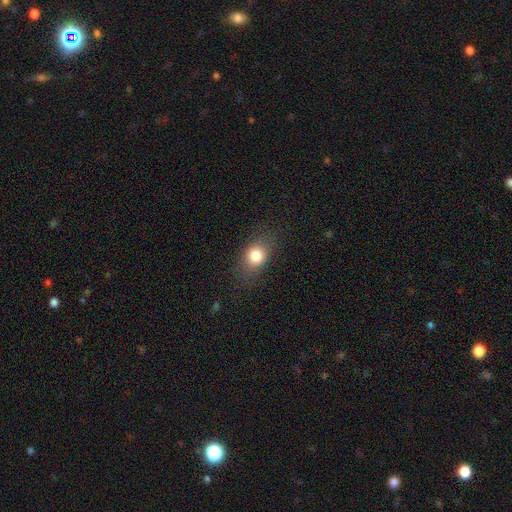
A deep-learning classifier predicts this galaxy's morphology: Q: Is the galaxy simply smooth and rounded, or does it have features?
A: smooth — 80%.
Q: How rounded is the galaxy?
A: in between — 53%.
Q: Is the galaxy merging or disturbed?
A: none — 77%.